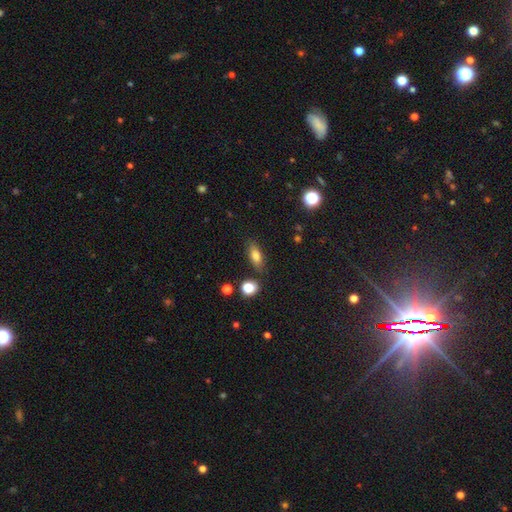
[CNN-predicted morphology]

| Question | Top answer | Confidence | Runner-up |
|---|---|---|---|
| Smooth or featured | smooth | 76% | featured or disk (14%) |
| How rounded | in between | 75% | cigar-shaped (19%) |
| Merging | none | 82% | minor disturbance (12%) |